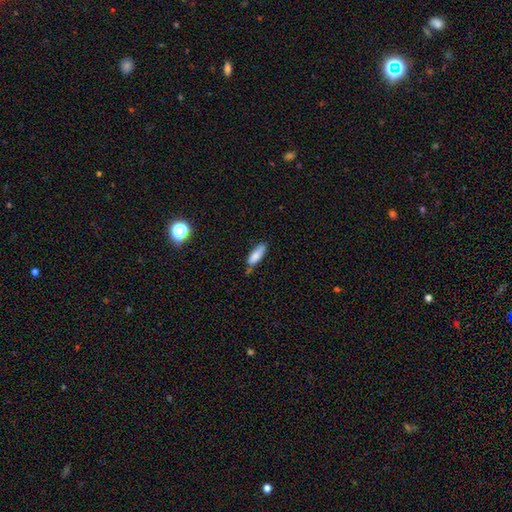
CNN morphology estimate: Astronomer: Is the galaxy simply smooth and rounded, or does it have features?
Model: smooth — 83%.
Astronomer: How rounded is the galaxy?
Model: in between — 56% (runner-up: cigar-shaped, 42%).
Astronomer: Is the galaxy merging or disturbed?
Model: none — 65%.